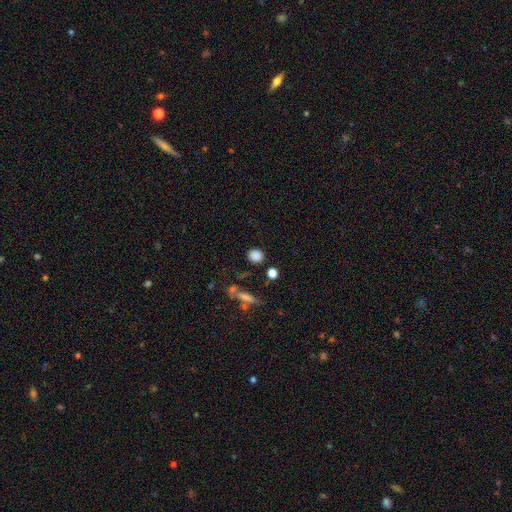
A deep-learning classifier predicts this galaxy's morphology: smooth-or-featured: smooth: 84% | star or artifact: 11% | featured or disk: 5%
  how-rounded: round: 74% | in between: 23% | cigar-shaped: 3%
  merging: none: 82% | minor disturbance: 10% | merger: 5% | major disturbance: 3%